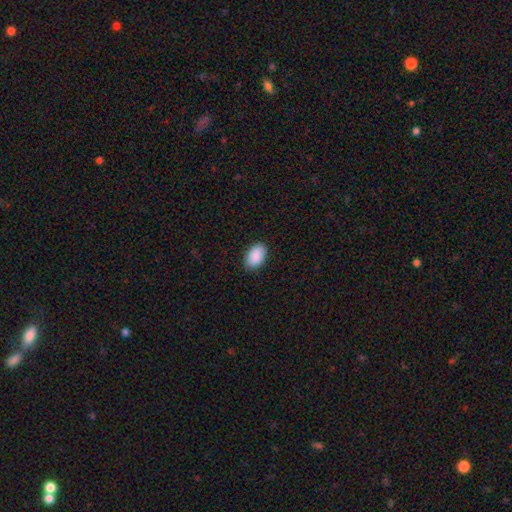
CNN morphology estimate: Q: Smooth or featured?
A: smooth (91%); runner-up: star or artifact (6%)
Q: How rounded?
A: in between (93%); runner-up: round (6%)
Q: Merging?
A: none (88%); runner-up: minor disturbance (9%)